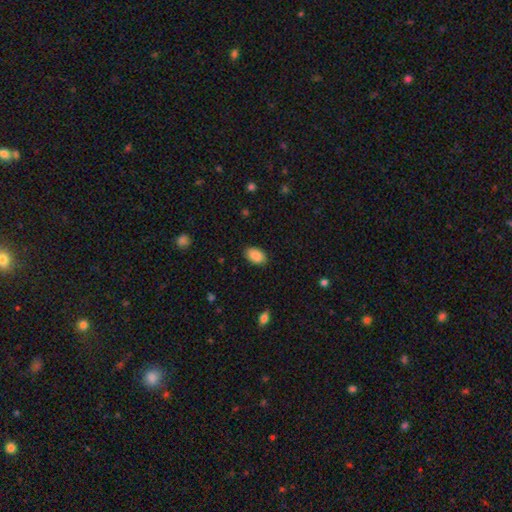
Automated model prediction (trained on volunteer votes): Smooth or featured: smooth — 90% (star or artifact — 7%)
How rounded: in between — 91% (round — 7%)
Merging: none — 87% (minor disturbance — 10%)